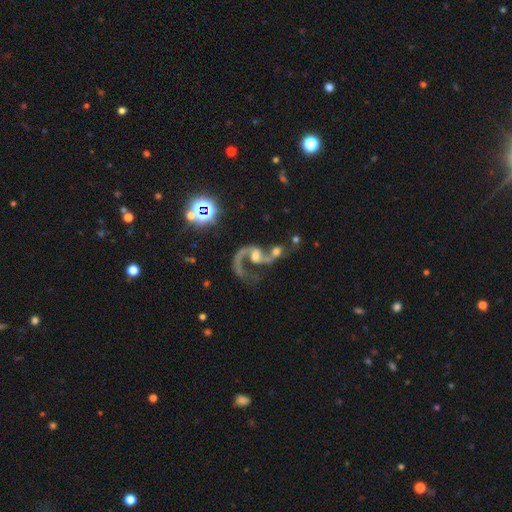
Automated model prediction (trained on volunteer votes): smooth_or_featured: featured or disk (p=0.84) [alt: star or artifact p=0.09]
disk_edge_on: no (p=0.98) [alt: yes p=0.02]
bar: no (p=0.53) [alt: weak p=0.33]
has_spiral_arms: yes (p=0.93) [alt: no p=0.07]
spiral_winding: loose (p=0.68) [alt: medium p=0.27]
spiral_arm_count: 2 (p=0.75) [alt: 1 p=0.20]
bulge_size: moderate (p=0.54) [alt: small p=0.28]
merging: merger (p=0.41) [alt: none p=0.28]